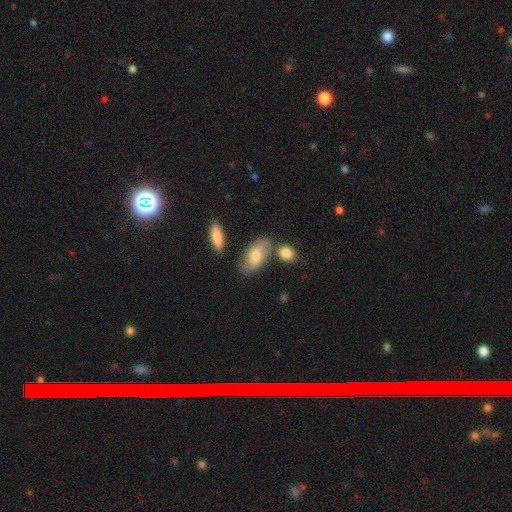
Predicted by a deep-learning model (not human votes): Smooth or featured? Predicted: smooth (p=0.67). How rounded? Predicted: in between (p=0.90). Merging? Predicted: none (p=0.66).